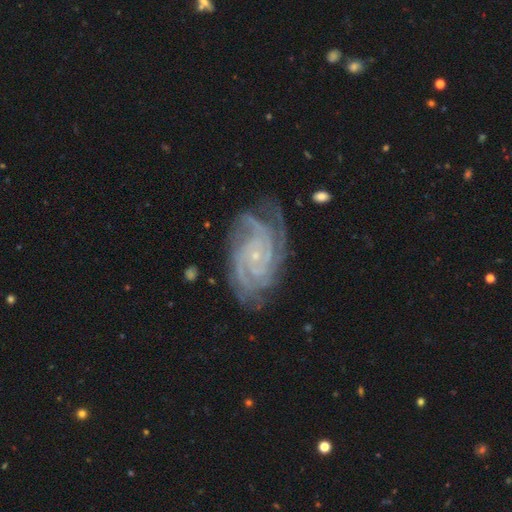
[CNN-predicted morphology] smooth-or-featured: featured or disk: 91% | star or artifact: 6% | smooth: 4%
  disk-edge-on: no: 97% | yes: 3%
    bar: no: 74% | weak: 19% | strong: 7%
    has-spiral-arms: yes: 98% | no: 2%
      spiral-winding: tight: 75% | medium: 22% | loose: 3%
      spiral-arm-count: 4: 25% | 3: 24% | 2: 18% | can't tell: 16% | more than 4: 10% | 1: 8%
    bulge-size: small: 87% | moderate: 8% | none: 3% | large: 1% | dominant: 1%
  merging: none: 73% | minor disturbance: 19% | major disturbance: 7% | merger: 2%